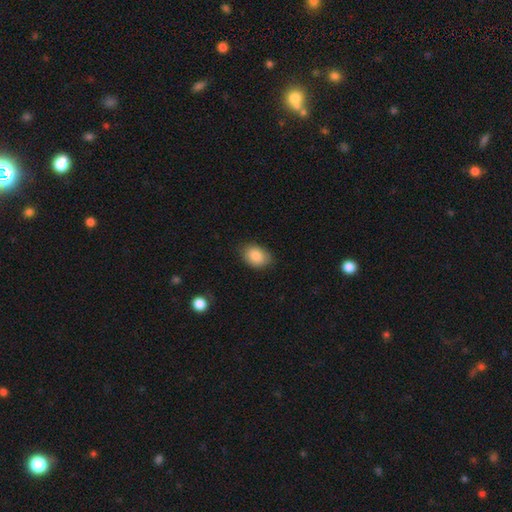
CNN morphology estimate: smooth 85%, star or artifact 8%, featured or disk 7%. Down the decision tree: how rounded — in between (73%); merging — none (79%).